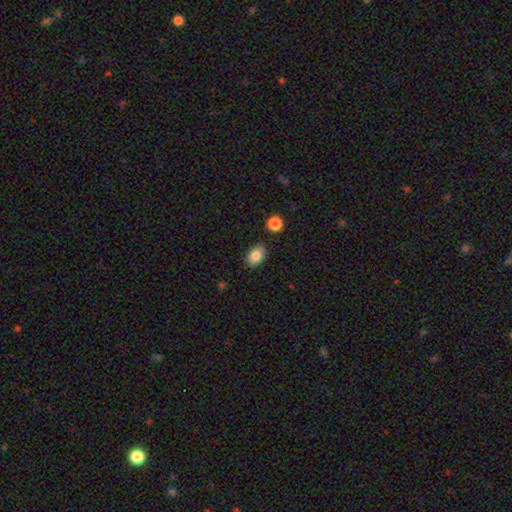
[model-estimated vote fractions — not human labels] Smooth or featured? smooth (83%)
How rounded? in between (83%)
Merging? none (85%)